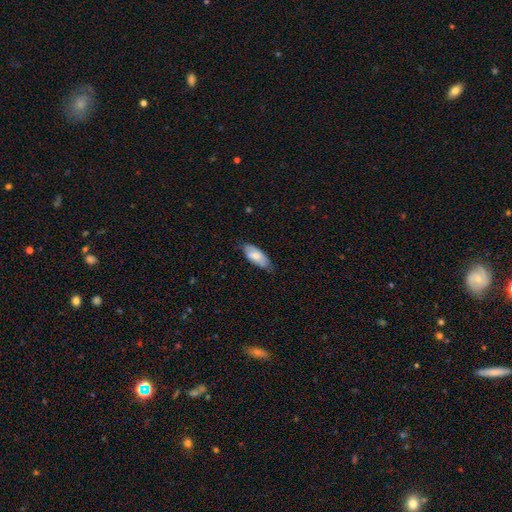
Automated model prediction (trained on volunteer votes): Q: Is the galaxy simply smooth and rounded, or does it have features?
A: smooth — 72%.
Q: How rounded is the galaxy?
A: in between — 84%.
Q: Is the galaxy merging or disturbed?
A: none — 65%.